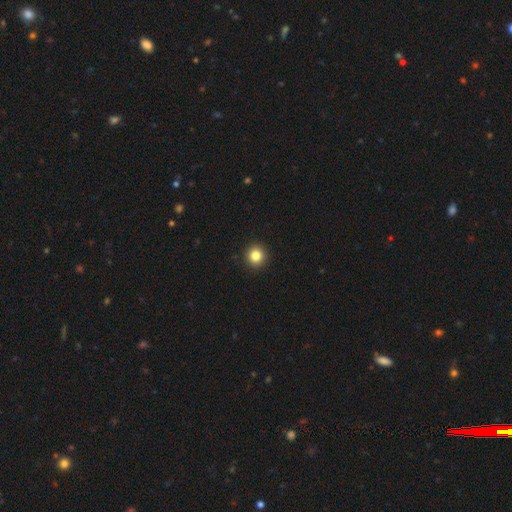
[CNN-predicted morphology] Smooth or featured: smooth — 83% (star or artifact — 11%)
How rounded: round — 93% (in between — 6%)
Merging: none — 93% (minor disturbance — 5%)